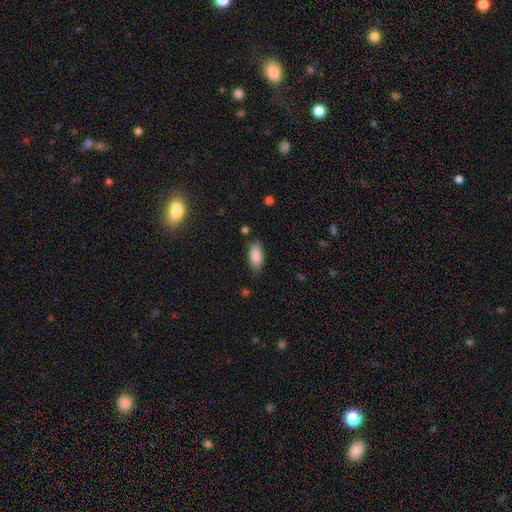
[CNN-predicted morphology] smooth_or_featured: smooth (p=0.87) [alt: star or artifact p=0.07]
how_rounded: in between (p=0.87) [alt: cigar-shaped p=0.11]
merging: none (p=0.77) [alt: minor disturbance p=0.17]